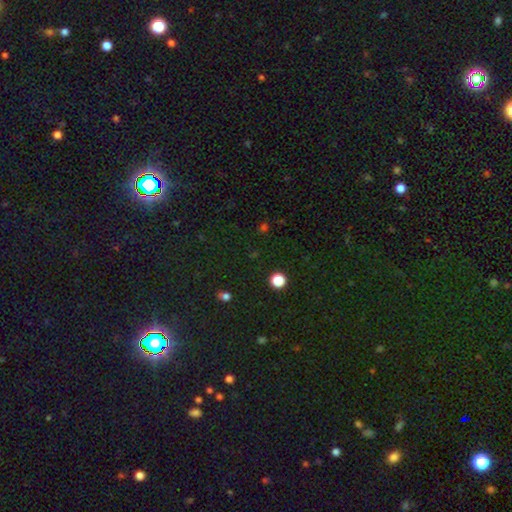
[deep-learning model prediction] This is likely a star or artifact rather than a galaxy (74%).